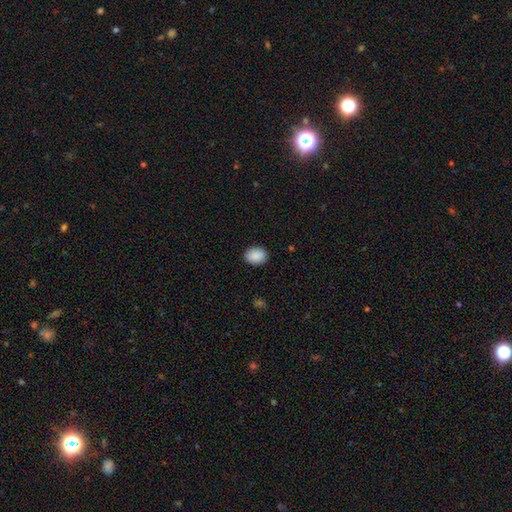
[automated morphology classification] This is clearly a smooth galaxy (89%). How rounded: possibly in between (57%). Merging: clearly none (89%).